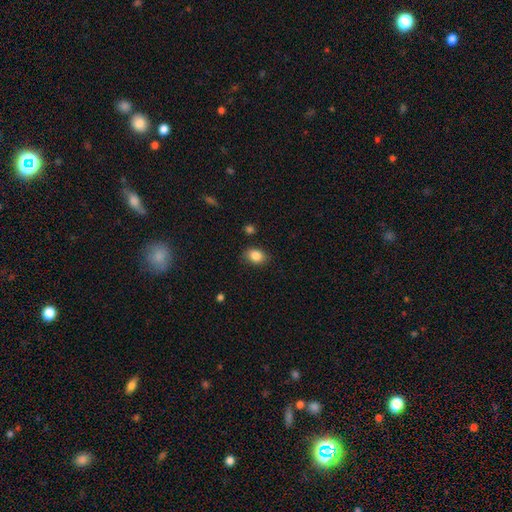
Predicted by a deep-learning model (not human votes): Smooth or featured? smooth (85%)
How rounded? in between (64%)
Merging? none (81%)